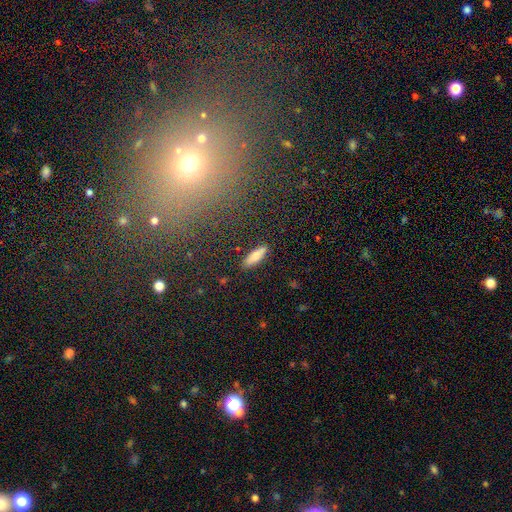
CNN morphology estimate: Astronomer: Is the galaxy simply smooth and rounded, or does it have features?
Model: smooth — 81%.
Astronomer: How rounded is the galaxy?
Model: cigar-shaped — 51% (runner-up: in between, 47%).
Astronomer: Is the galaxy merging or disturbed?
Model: none — 86%.